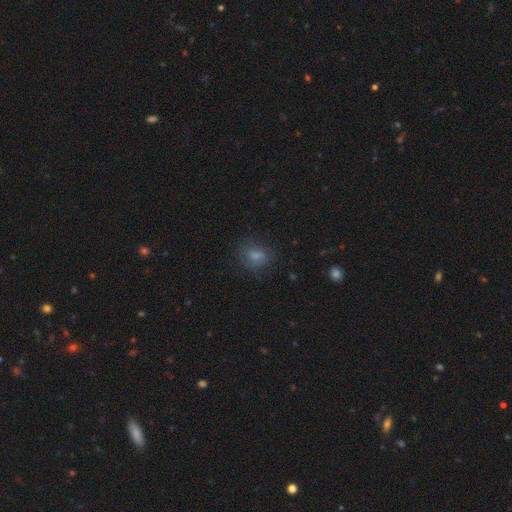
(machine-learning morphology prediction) Q: Smooth or featured?
A: smooth (76%); runner-up: featured or disk (13%)
Q: How rounded?
A: in between (53%); runner-up: round (45%)
Q: Merging?
A: none (67%); runner-up: minor disturbance (20%)